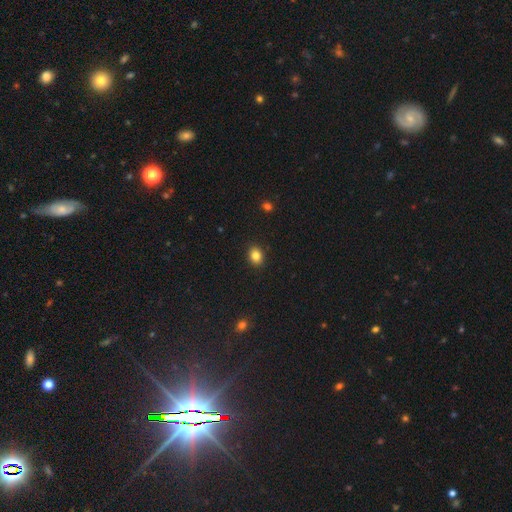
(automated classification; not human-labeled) Smooth or featured: smooth — 83% (star or artifact — 10%)
How rounded: in between — 52% (round — 47%)
Merging: none — 90% (minor disturbance — 7%)